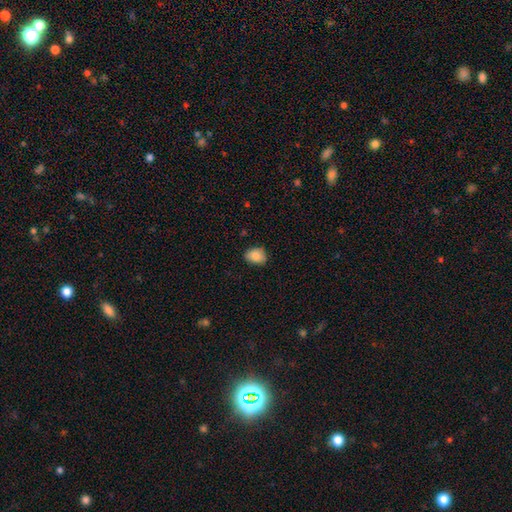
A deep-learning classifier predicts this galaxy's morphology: A smooth galaxy with no disk features (85%) that is in between round and cigar-shaped (64%). Merging: none (79%).